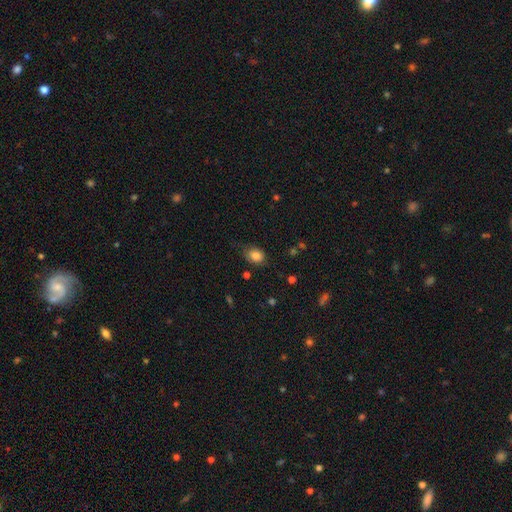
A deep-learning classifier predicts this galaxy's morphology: smooth 83%, star or artifact 10%, featured or disk 7%. Down the decision tree: how rounded — in between (65%); merging — none (69%).